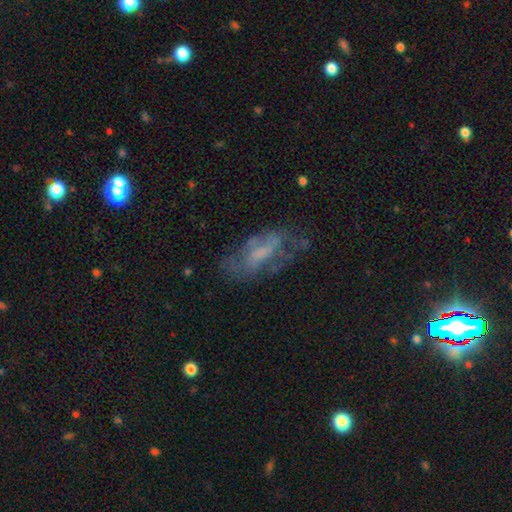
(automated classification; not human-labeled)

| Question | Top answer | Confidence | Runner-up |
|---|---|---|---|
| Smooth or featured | featured or disk | 55% | smooth (36%) |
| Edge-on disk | no | 91% | yes (9%) |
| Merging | none | 46% | major disturbance (26%) |